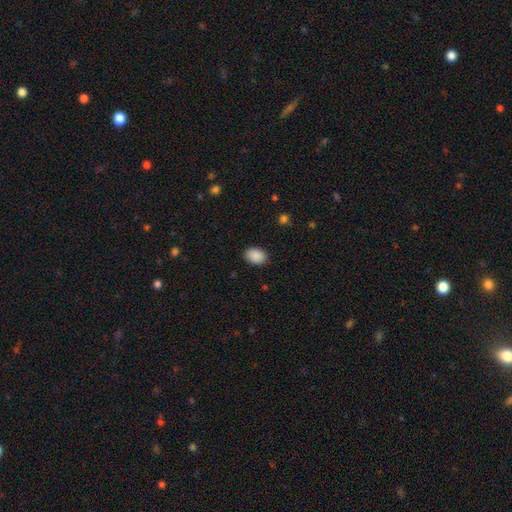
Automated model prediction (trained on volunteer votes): smooth_or_featured: smooth (p=0.90) [alt: star or artifact p=0.08]
how_rounded: in between (p=0.78) [alt: round p=0.21]
merging: none (p=0.88) [alt: minor disturbance p=0.08]